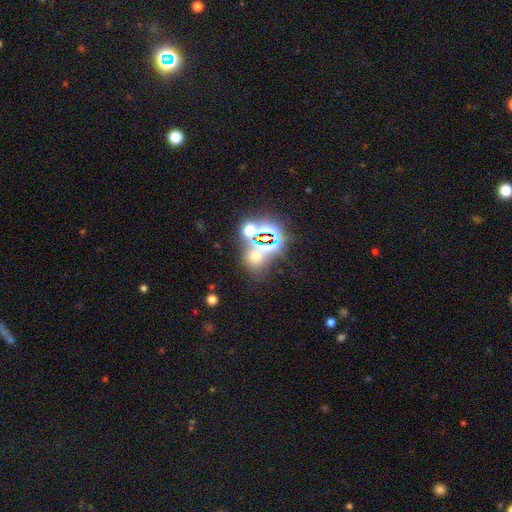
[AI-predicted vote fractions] Smooth or featured? Predicted: star or artifact (p=0.47).